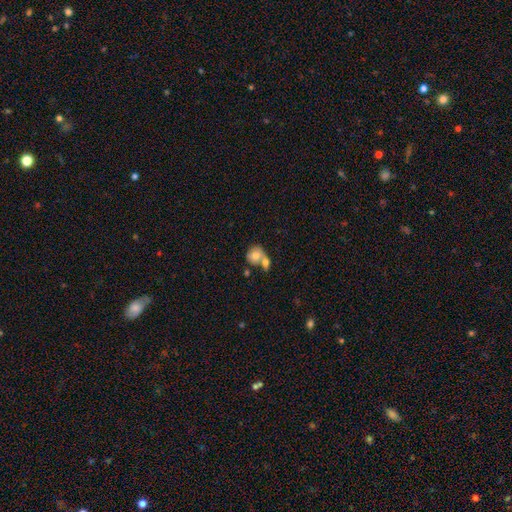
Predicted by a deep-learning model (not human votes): smooth_or_featured: smooth (p=0.70) [alt: featured or disk p=0.22]
how_rounded: round (p=0.69) [alt: in between p=0.30]
merging: merger (p=0.56) [alt: none p=0.28]